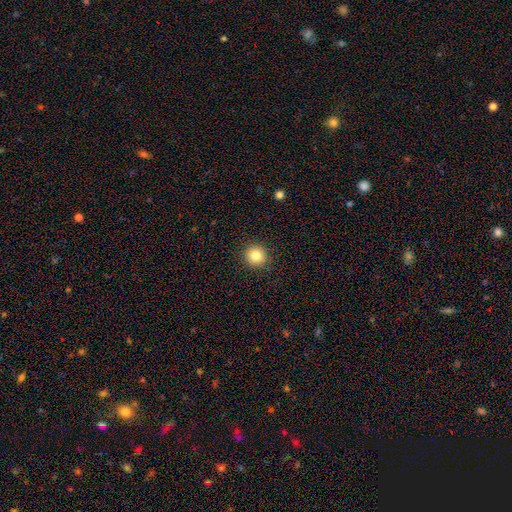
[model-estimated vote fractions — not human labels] Smooth or featured? smooth (82%)
How rounded? round (93%)
Merging? none (91%)